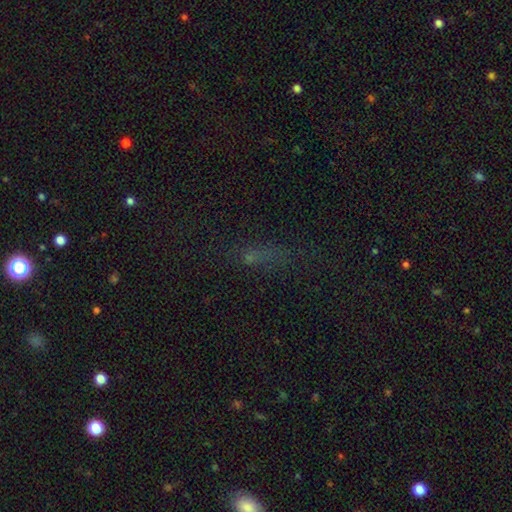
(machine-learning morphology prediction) Smooth or featured?
  - smooth: 43% *
  - star or artifact: 41%
  - featured or disk: 16%
Merging?
  - none: 56% *
  - minor disturbance: 20%
  - major disturbance: 18%
  - merger: 6%